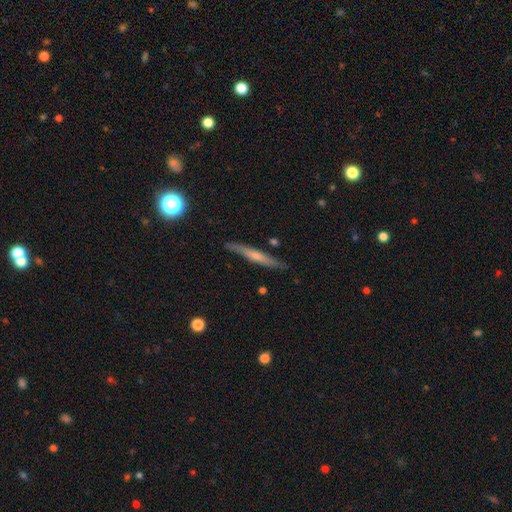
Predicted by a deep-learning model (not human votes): A featured or disk galaxy (49%).

Vote fractions:
- Smooth or featured? featured or disk: 49% / smooth: 45% / star or artifact: 6%
- Merging? none: 84% / minor disturbance: 12% / major disturbance: 2% / merger: 2%